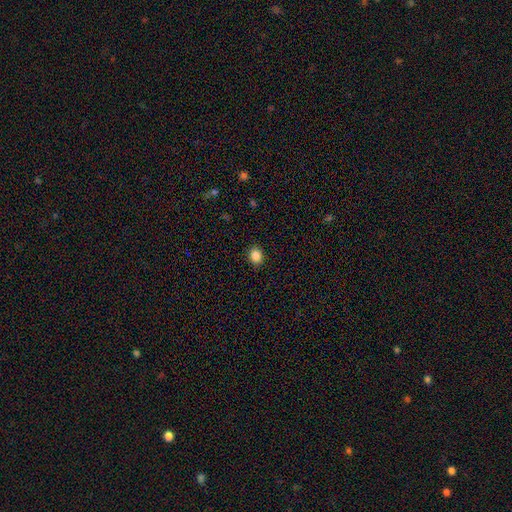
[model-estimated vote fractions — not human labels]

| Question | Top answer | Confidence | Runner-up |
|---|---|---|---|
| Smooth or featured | smooth | 87% | star or artifact (10%) |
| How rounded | round | 57% | in between (43%) |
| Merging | none | 90% | minor disturbance (7%) |